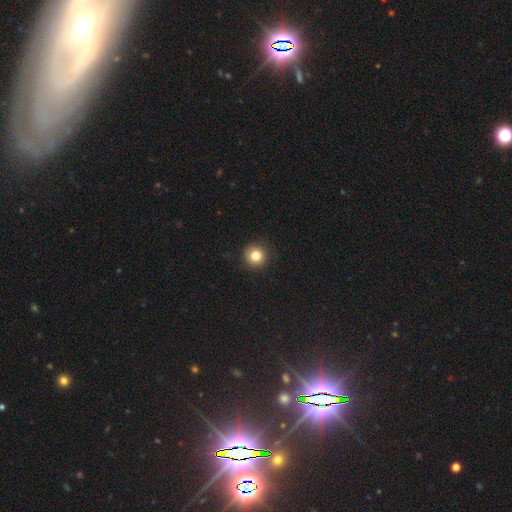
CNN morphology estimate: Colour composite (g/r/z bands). It shows a smooth galaxy with no disk features (82%) that is round (94%). Merging: none (91%).